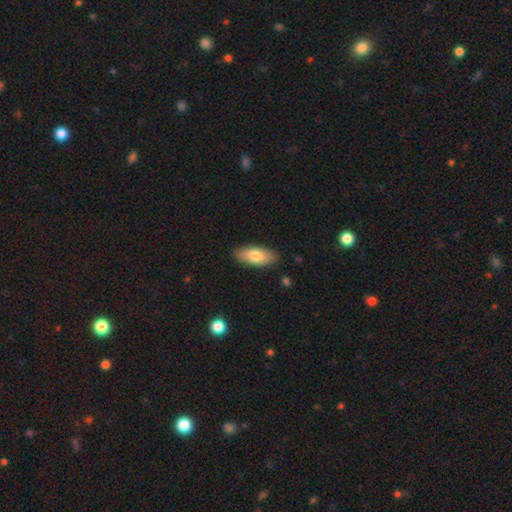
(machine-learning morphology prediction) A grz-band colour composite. It shows a smooth galaxy with no disk features (77%) that is in between round and cigar-shaped (86%). Merging: none (86%).